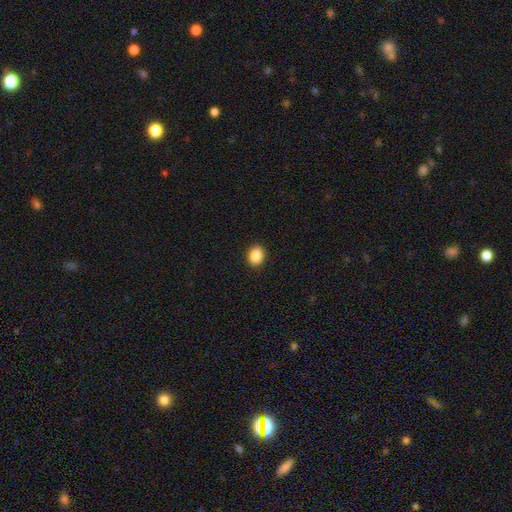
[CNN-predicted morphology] type=smooth (88%); roundness=in between (56%); merging=none (91%).